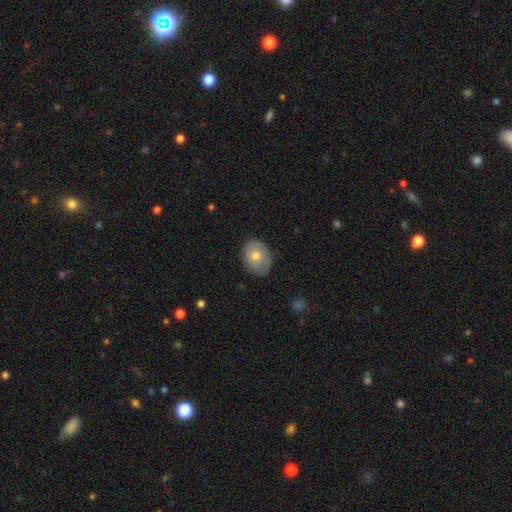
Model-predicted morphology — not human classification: type=smooth (70%); roundness=in between (63%); merging=none (76%).